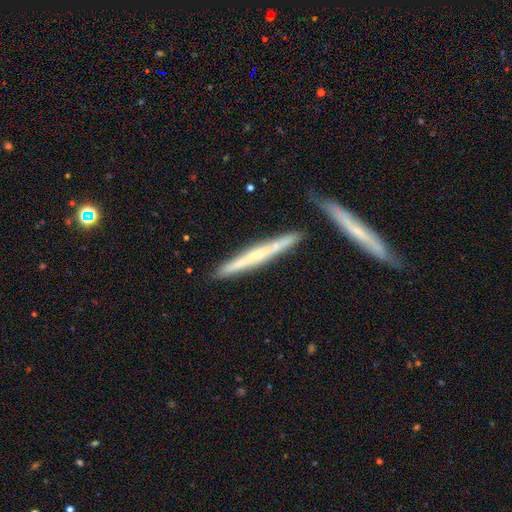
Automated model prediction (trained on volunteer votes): This is possibly a featured or disk galaxy (55%). It is clearly viewed edge-on (96%). Edge-on bulge: likely none (72%). Merging: clearly none (81%).